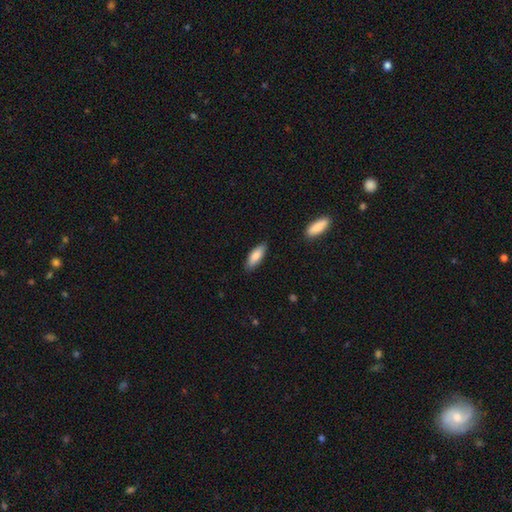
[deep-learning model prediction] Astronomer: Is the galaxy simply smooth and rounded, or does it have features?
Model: smooth — 84%.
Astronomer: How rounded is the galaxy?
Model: in between — 63%.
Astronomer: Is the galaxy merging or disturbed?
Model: none — 85%.